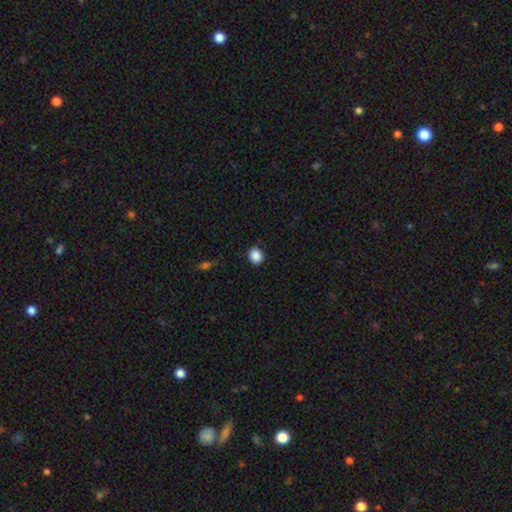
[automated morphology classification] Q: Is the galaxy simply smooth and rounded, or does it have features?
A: smooth — 88%.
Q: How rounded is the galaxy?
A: round — 76%.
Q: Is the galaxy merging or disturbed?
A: none — 87%.